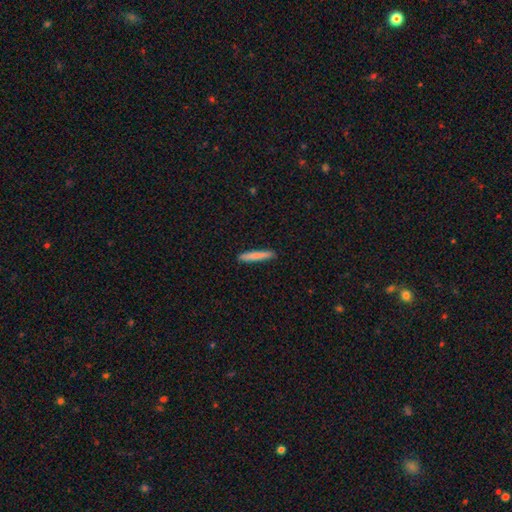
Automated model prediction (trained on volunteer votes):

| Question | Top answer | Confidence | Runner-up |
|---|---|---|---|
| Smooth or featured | smooth | 82% | featured or disk (12%) |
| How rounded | cigar-shaped | 94% | in between (4%) |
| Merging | none | 90% | minor disturbance (7%) |